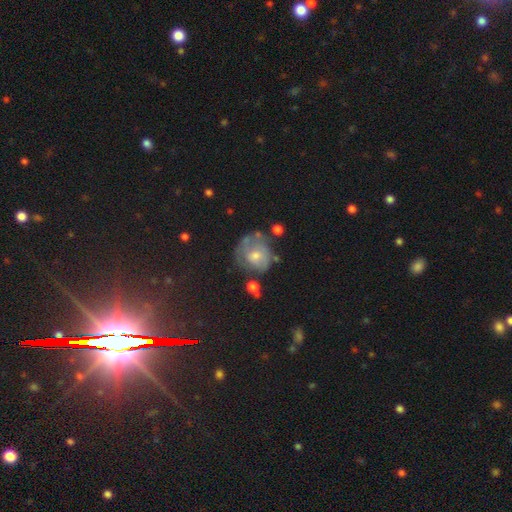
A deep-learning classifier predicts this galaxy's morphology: The model was most divided on "smooth or featured": smooth: 49%, featured or disk: 42%, star or artifact: 9%. Remaining: merging — none (42%).